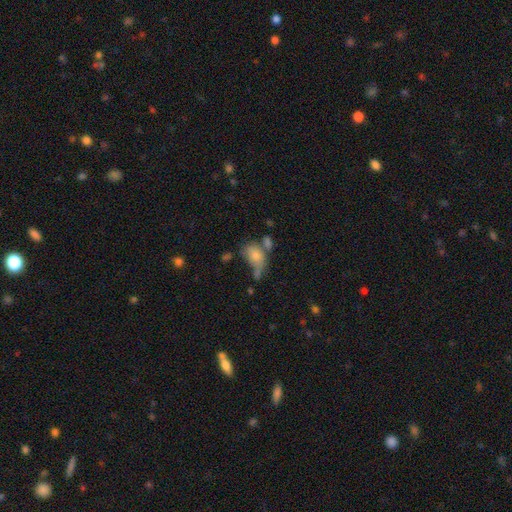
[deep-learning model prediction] smooth 72%, featured or disk 19%, star or artifact 10%. Down the decision tree: how rounded — in between (80%); merging — merger (34%).